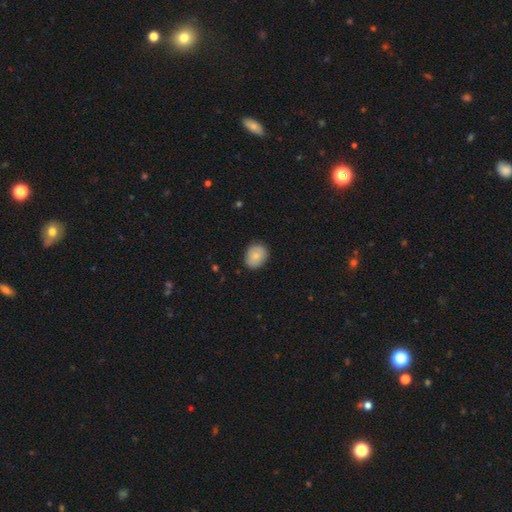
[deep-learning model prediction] smooth_or_featured: smooth (p=0.79) [alt: featured or disk p=0.14]
how_rounded: round (p=0.50) [alt: in between p=0.49]
merging: none (p=0.84) [alt: minor disturbance p=0.13]